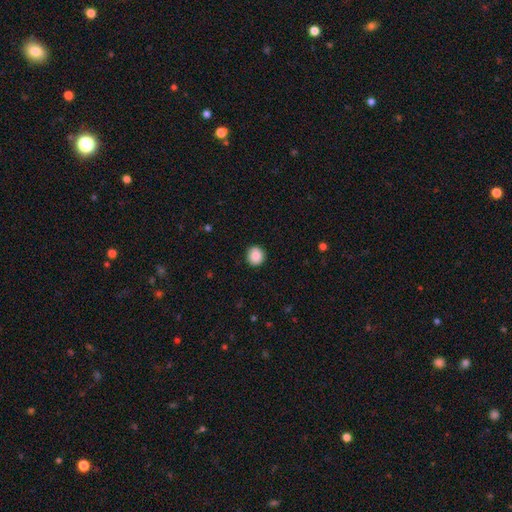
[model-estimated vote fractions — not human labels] A smooth galaxy with no disk features (88%) that is round (88%).

Vote fractions:
- Smooth or featured? smooth: 88% / star or artifact: 8% / featured or disk: 4%
- How rounded? round: 88% / in between: 11% / cigar-shaped: 1%
- Merging? none: 91% / minor disturbance: 6% / major disturbance: 2% / merger: 1%